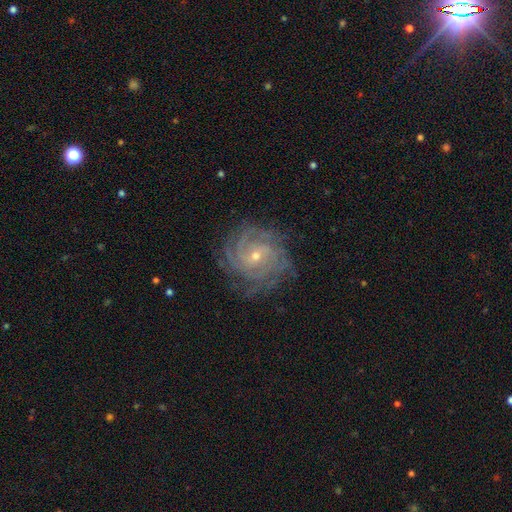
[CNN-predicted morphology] This appears to be a featured or disk galaxy (88%) with no bar (54%), 4 (26%) tight (75%) spiral arms (98%) and a small central bulge (68%). Merging: none (80%).